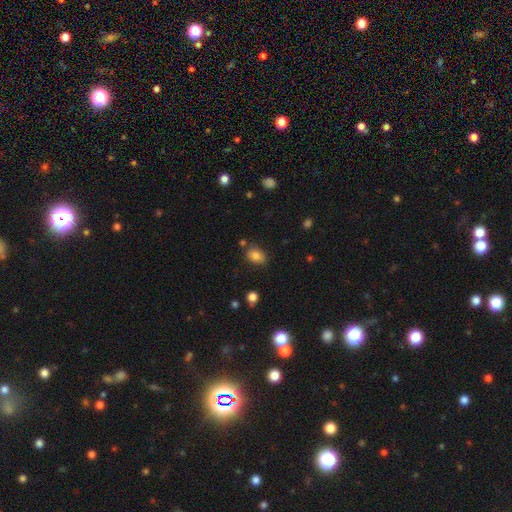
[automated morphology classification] smooth 83%, star or artifact 10%, featured or disk 7%. Down the decision tree: how rounded — in between (74%); merging — none (78%).